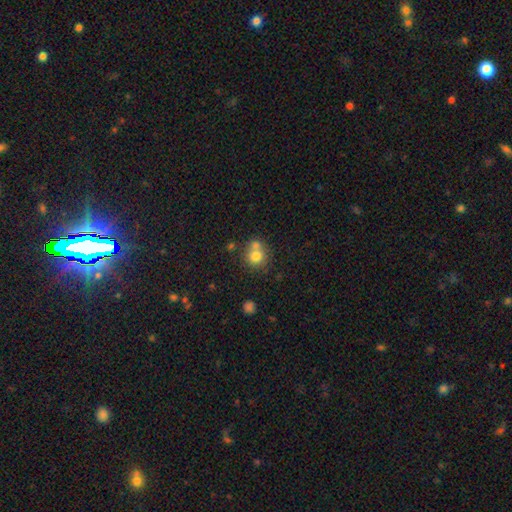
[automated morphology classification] This appears to be a smooth galaxy with no disk features (76%) that is round (87%). Merging: none (48%).